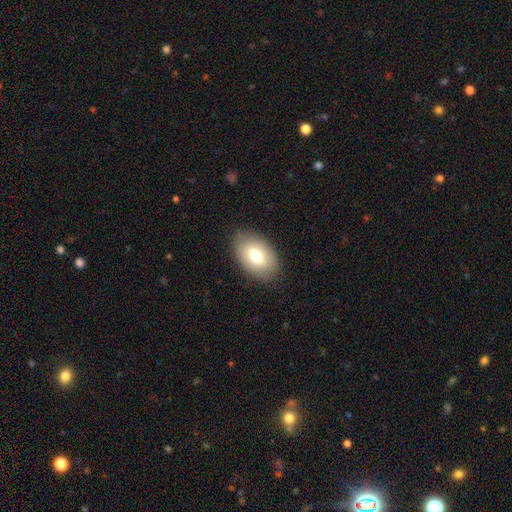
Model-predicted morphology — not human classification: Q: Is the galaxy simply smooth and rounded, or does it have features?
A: smooth — 75%.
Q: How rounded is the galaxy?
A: in between — 91%.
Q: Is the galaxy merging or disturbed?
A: none — 85%.